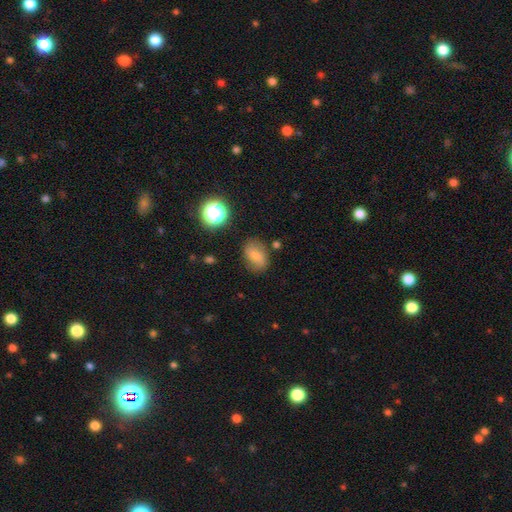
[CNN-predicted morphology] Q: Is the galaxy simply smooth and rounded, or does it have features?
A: smooth — 64%.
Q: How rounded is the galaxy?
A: in between — 77%.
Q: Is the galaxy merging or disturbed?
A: none — 73%.